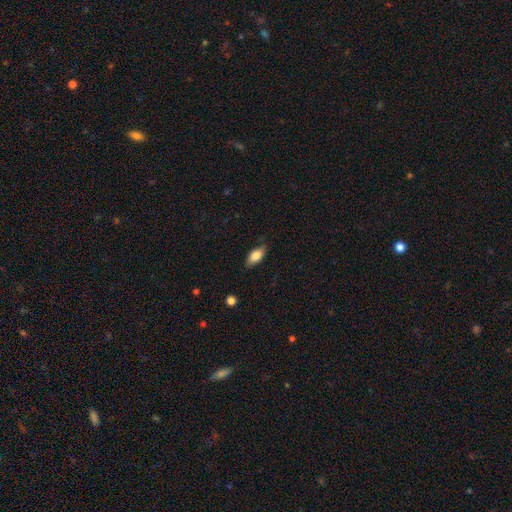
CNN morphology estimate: Smooth or featured? Predicted: smooth (p=0.79). How rounded? Predicted: in between (p=0.87). Merging? Predicted: none (p=0.76).